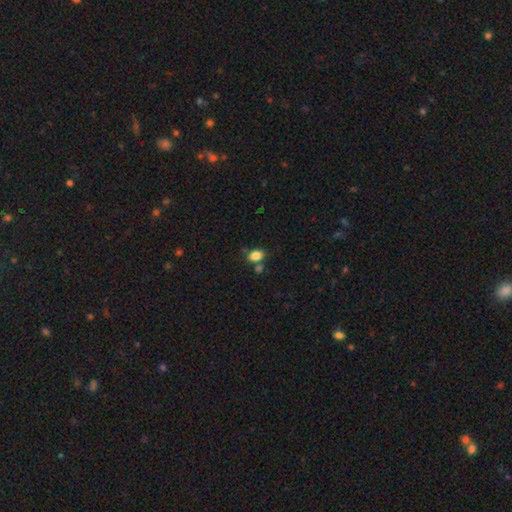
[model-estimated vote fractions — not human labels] This appears to be a smooth galaxy with no disk features (84%) that is in between round and cigar-shaped (83%). Merging: none (64%).